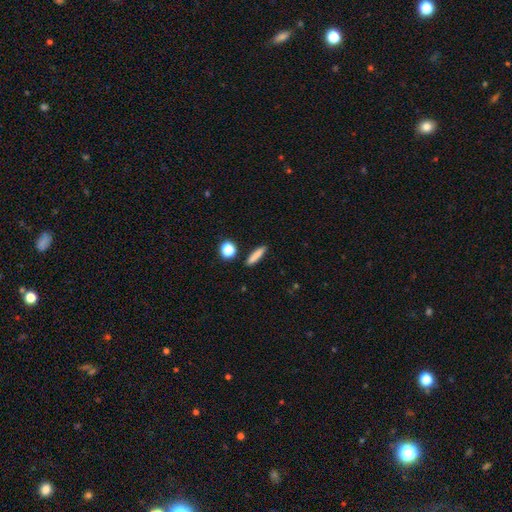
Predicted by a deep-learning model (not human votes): smooth-or-featured: smooth: 82% | featured or disk: 9% | star or artifact: 9%
  how-rounded: cigar-shaped: 79% | in between: 16% | round: 5%
  merging: none: 88% | minor disturbance: 7% | merger: 3% | major disturbance: 2%